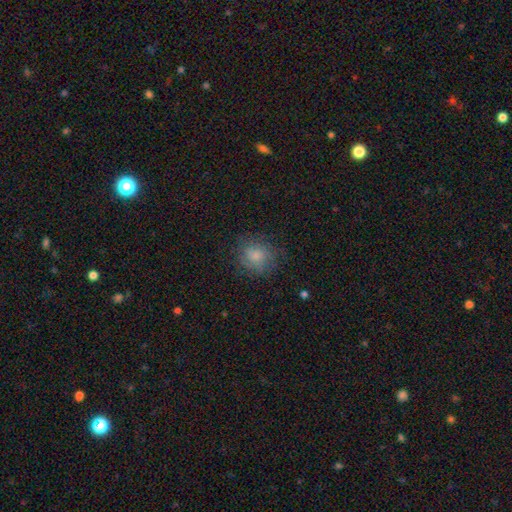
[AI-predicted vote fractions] The model was most divided on "how rounded": round: 77%, in between: 22%, cigar-shaped: 1%. More confident: smooth or featured — smooth (76%); merging — none (75%).